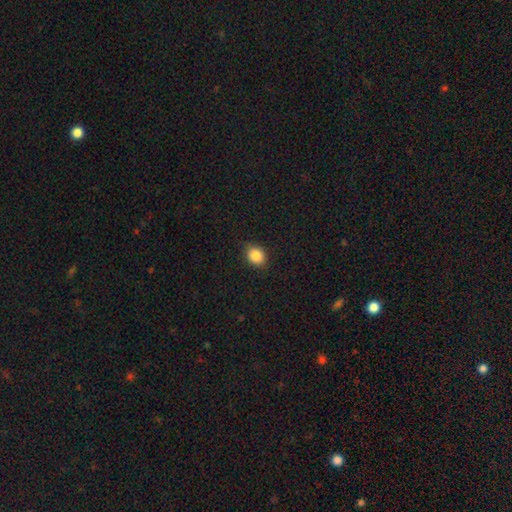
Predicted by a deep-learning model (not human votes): The model was most divided on "how rounded": round: 56%, in between: 43%, cigar-shaped: 1%. More confident: smooth or featured — smooth (86%); merging — none (85%).